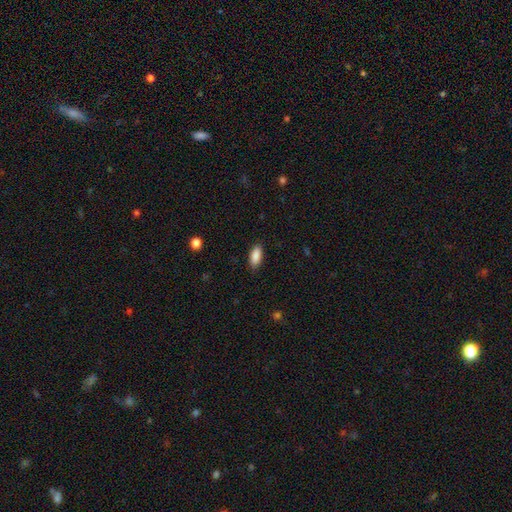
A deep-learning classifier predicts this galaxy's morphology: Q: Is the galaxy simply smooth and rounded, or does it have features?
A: smooth — 89%.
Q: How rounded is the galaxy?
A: in between — 84%.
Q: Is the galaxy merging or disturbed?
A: none — 87%.